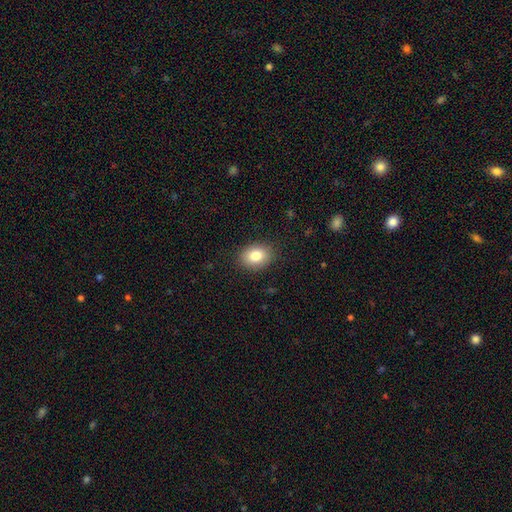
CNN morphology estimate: smooth 83%, star or artifact 9%, featured or disk 8%. Down the decision tree: how rounded — in between (67%); merging — none (87%).